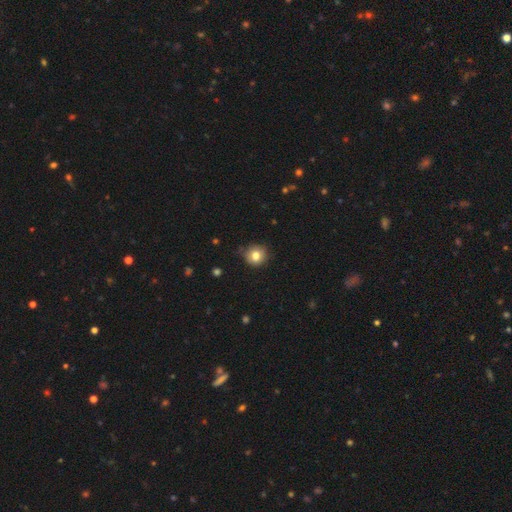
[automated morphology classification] This is clearly a smooth galaxy (81%). How rounded: clearly round (88%). Merging: likely none (78%).